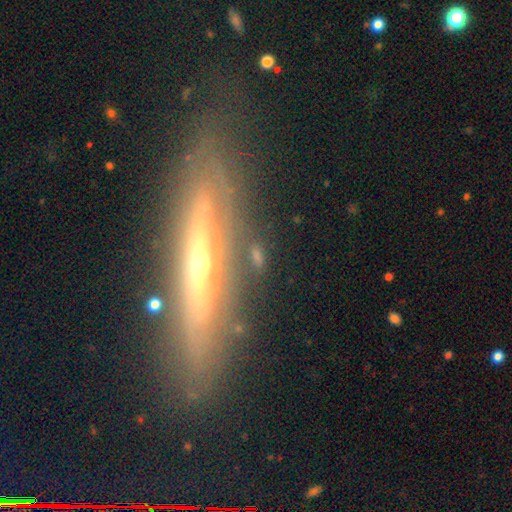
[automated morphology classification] smooth_or_featured: featured or disk (p=0.70) [alt: smooth p=0.20]
disk_edge_on: yes (p=0.74) [alt: no p=0.26]
edge_on_bulge: rounded (p=0.82) [alt: none p=0.11]
merging: none (p=0.76) [alt: minor disturbance p=0.14]